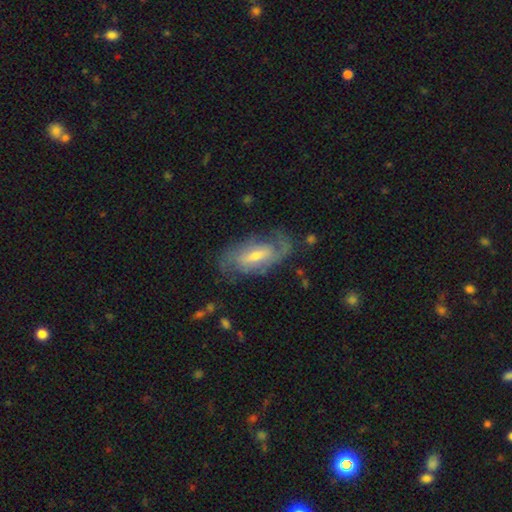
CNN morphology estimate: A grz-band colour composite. It shows a featured or disk galaxy (77%) with a weak bar (47%), 2 (64%) medium (44%) spiral arms (89%) and a moderate central bulge (48%). Merging: none (66%).